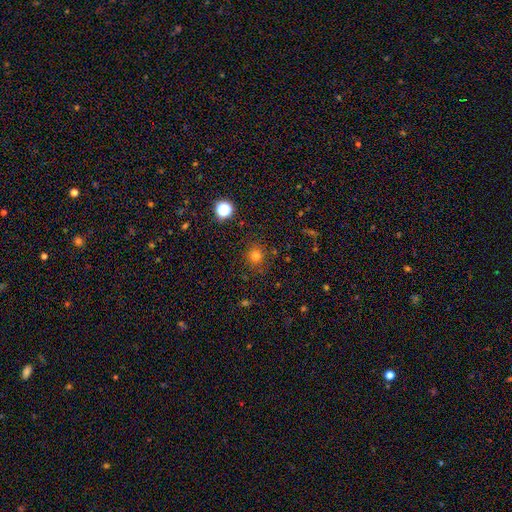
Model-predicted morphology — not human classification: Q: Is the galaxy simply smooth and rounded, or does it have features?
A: smooth — 76%.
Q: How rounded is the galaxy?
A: round — 90%.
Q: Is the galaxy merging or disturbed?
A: none — 85%.